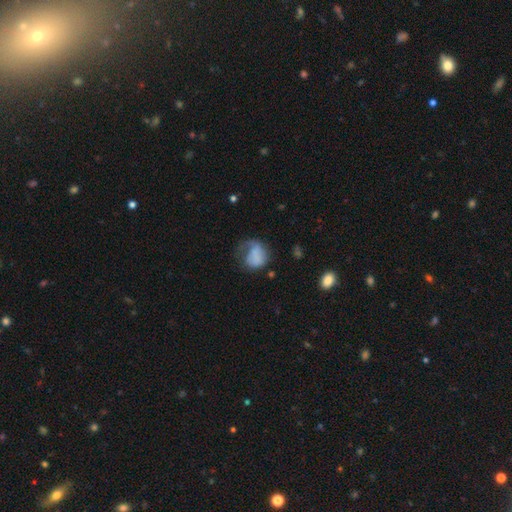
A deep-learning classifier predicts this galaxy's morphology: type=smooth (61%); roundness=round (52%); merging=major disturbance (49%).